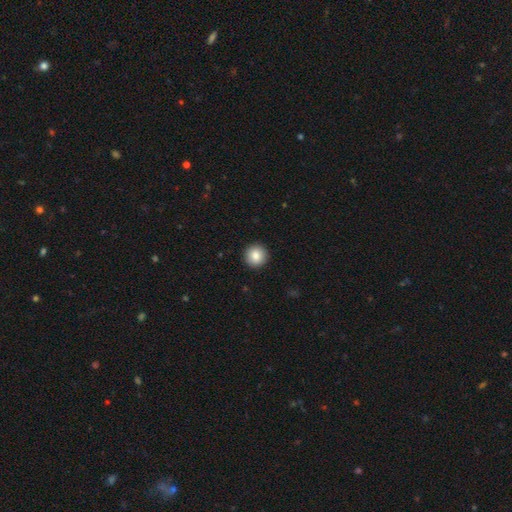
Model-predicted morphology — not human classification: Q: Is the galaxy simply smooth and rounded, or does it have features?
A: smooth — 85%.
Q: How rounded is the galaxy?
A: round — 95%.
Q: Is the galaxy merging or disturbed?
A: none — 93%.